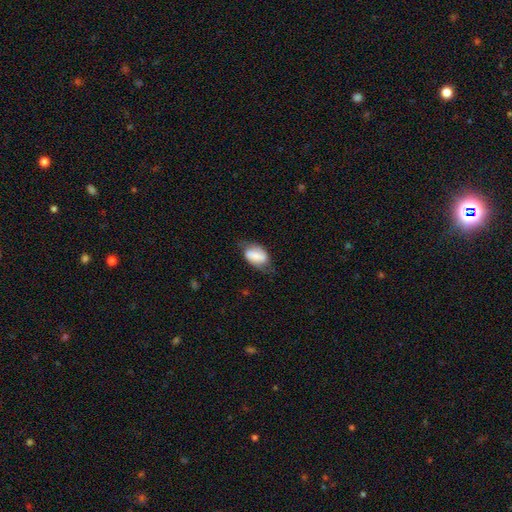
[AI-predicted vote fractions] This is possibly a smooth galaxy (52%). How rounded: clearly in between (88%). Merging: possibly none (57%).